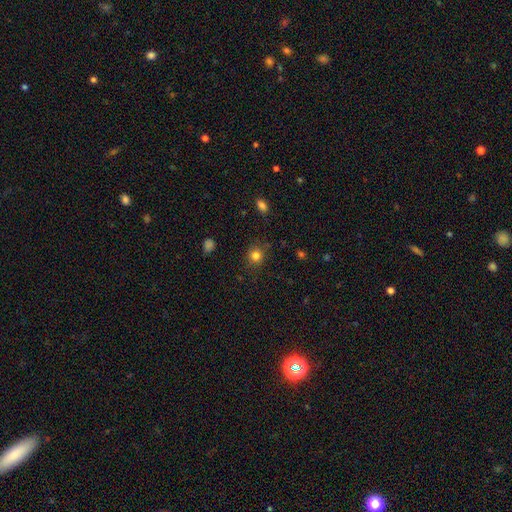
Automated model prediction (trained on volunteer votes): A smooth galaxy with no disk features (82%) that is round (85%). Merging: none (84%).